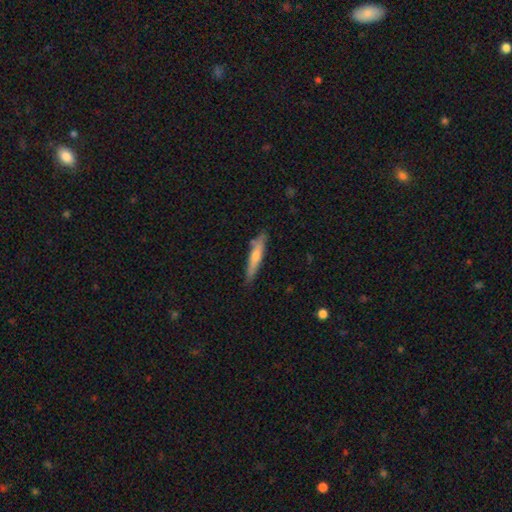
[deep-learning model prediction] Overall: featured or disk (47%, tied with smooth). Merging: none (86%).